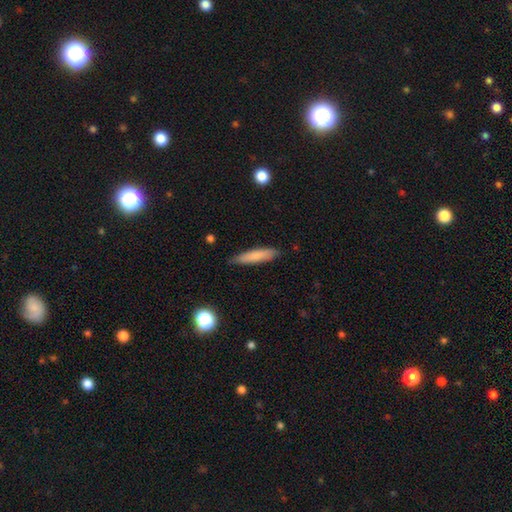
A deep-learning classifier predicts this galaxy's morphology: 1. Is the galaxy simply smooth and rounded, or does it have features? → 79% smooth, 15% featured or disk, 7% star or artifact.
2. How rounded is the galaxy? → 83% cigar-shaped, 15% in between, 2% round.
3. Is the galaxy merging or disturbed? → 84% none, 13% minor disturbance, 2% major disturbance, 1% merger.